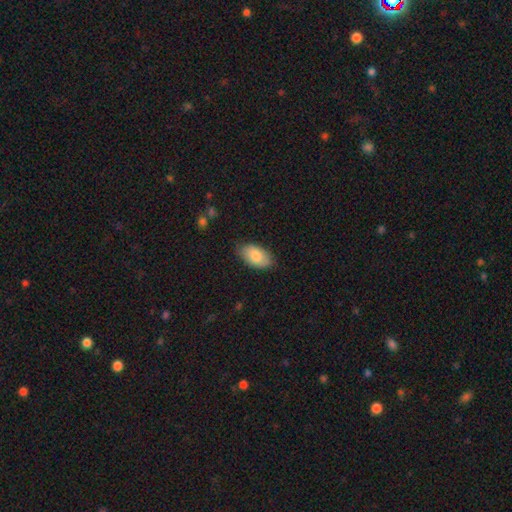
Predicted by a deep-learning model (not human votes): Overall: smooth (84%). How rounded: in between (95%). Merging: none (80%).